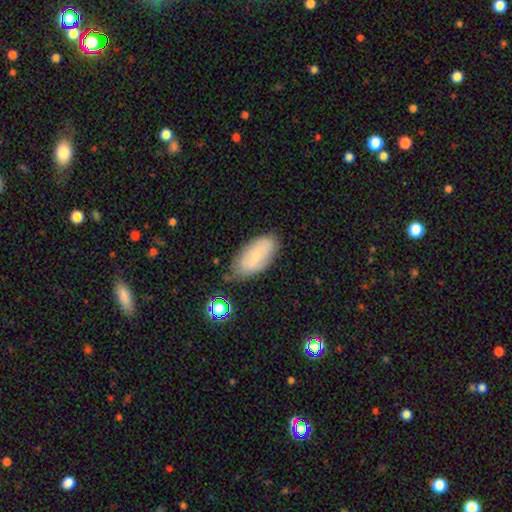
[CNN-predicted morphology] Smooth or featured?
  - smooth: 59% *
  - featured or disk: 32%
  - star or artifact: 9%
How rounded?
  - in between: 92% *
  - cigar-shaped: 5%
  - round: 3%
Merging?
  - none: 72% *
  - minor disturbance: 20%
  - major disturbance: 5%
  - merger: 3%